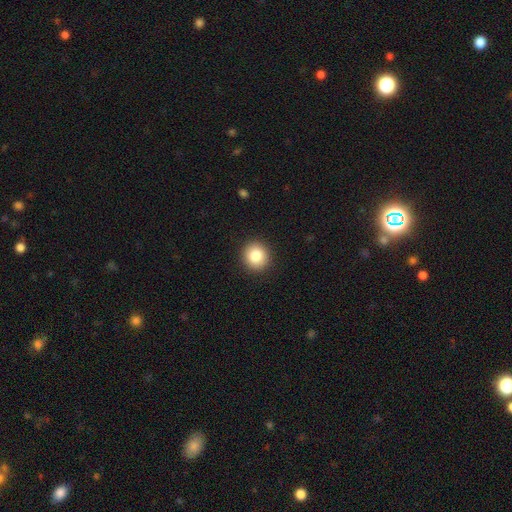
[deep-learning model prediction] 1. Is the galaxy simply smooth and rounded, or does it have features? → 84% smooth, 9% star or artifact, 7% featured or disk.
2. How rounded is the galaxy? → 89% round, 10% in between, 1% cigar-shaped.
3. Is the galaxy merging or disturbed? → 92% none, 5% minor disturbance, 2% major disturbance, 1% merger.